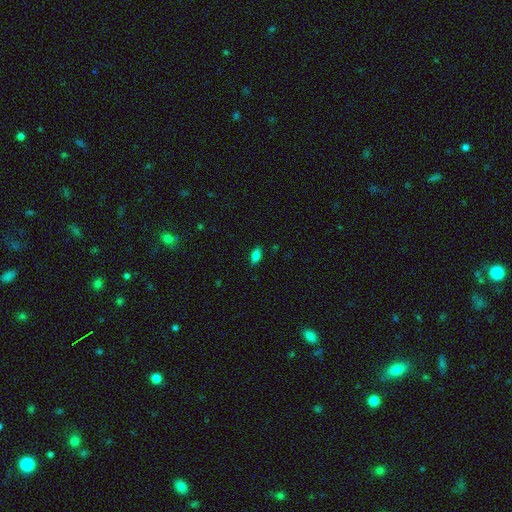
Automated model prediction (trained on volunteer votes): Smooth or featured: smooth — 81% (star or artifact — 11%)
How rounded: in between — 87% (cigar-shaped — 9%)
Merging: none — 86% (minor disturbance — 10%)